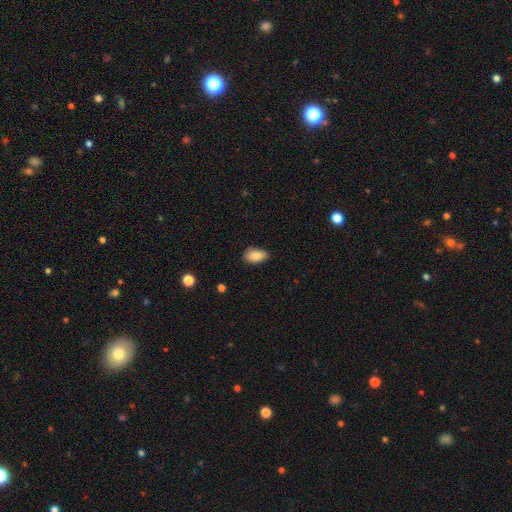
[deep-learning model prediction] A smooth galaxy with no disk features (87%) that is in between round and cigar-shaped (92%).

Vote fractions:
- Smooth or featured? smooth: 87% / star or artifact: 8% / featured or disk: 6%
- How rounded? in between: 92% / round: 6% / cigar-shaped: 2%
- Merging? none: 80% / minor disturbance: 16% / major disturbance: 3% / merger: 1%